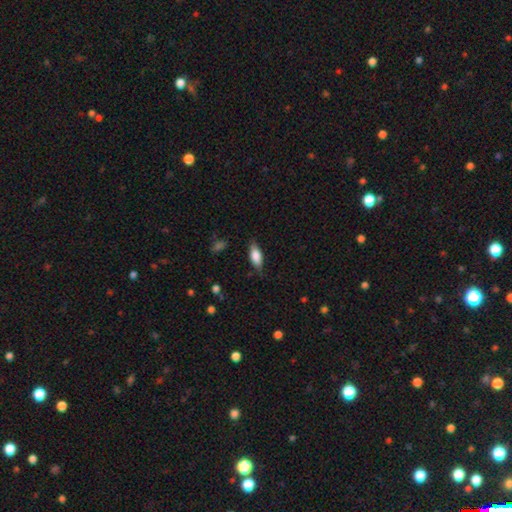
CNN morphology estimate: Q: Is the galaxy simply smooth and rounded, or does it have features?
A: smooth — 78%.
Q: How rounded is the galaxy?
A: in between — 78%.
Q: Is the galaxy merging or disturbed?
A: none — 77%.